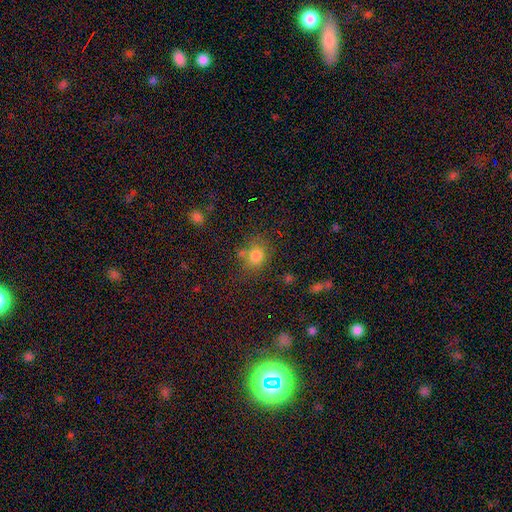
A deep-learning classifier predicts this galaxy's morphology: type=smooth (78%); roundness=round (72%); merging=none (65%).